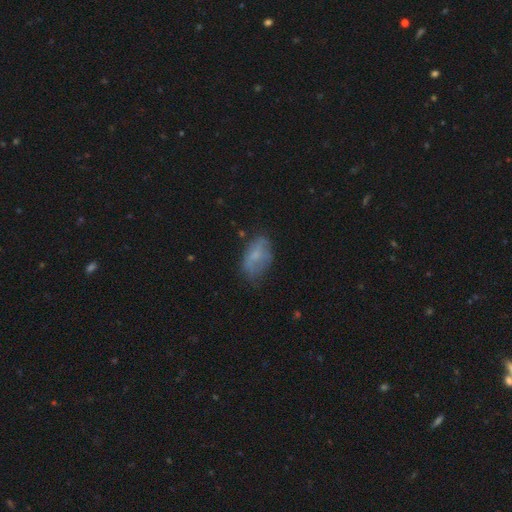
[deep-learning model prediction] Smooth or featured: smooth — 61% (featured or disk — 30%)
How rounded: in between — 91% (round — 7%)
Merging: none — 53% (minor disturbance — 31%)